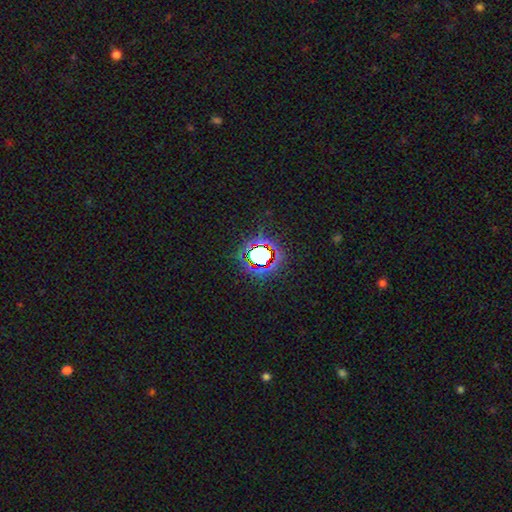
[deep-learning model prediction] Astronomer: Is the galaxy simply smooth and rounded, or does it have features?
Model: star or artifact — 68%.